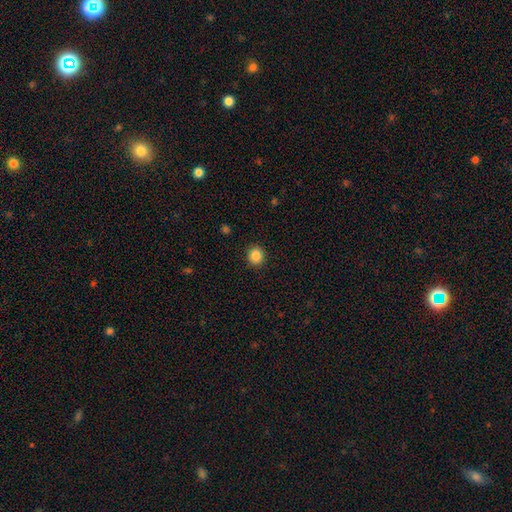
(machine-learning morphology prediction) smooth 86%, star or artifact 10%, featured or disk 4%. Down the decision tree: how rounded — round (86%); merging — none (92%).